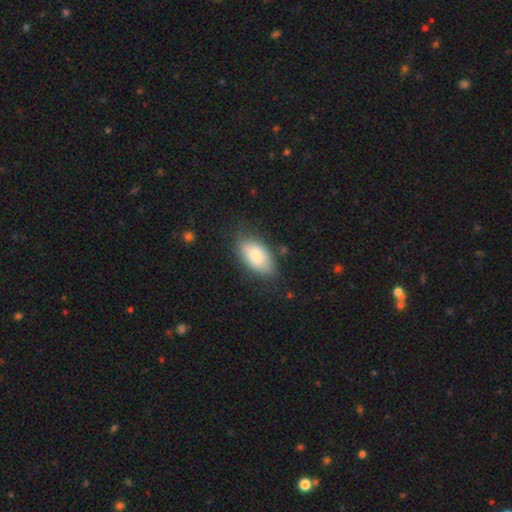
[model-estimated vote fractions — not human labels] Smooth or featured: smooth — 78% (featured or disk — 16%)
How rounded: in between — 93% (round — 4%)
Merging: none — 70% (minor disturbance — 21%)